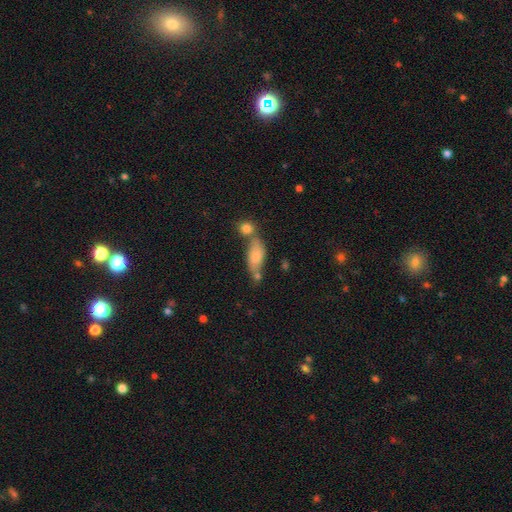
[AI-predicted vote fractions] smooth-or-featured: smooth: 77% | featured or disk: 15% | star or artifact: 8%
  how-rounded: in between: 83% | cigar-shaped: 12% | round: 5%
  merging: none: 44% | merger: 30% | minor disturbance: 19% | major disturbance: 8%